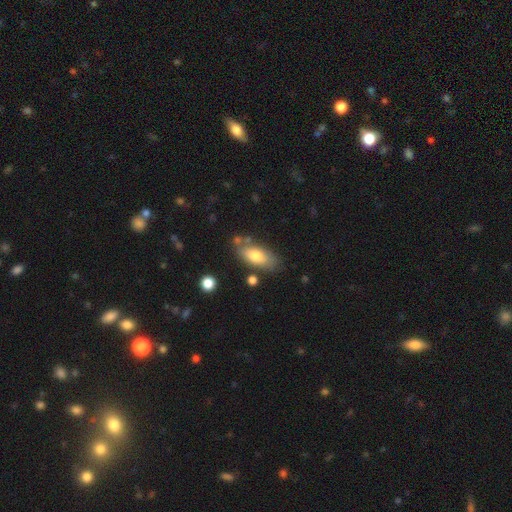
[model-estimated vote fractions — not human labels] Morphology: type=smooth (73%); roundness=in between (85%); merging=none (70%).